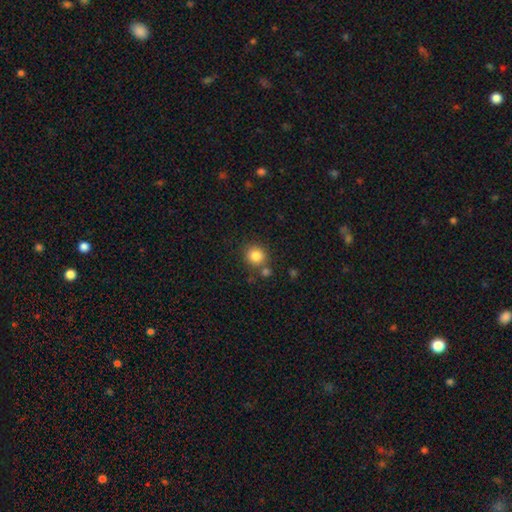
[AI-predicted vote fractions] Overall: smooth (84%). How rounded: round (87%). Merging: none (74%).